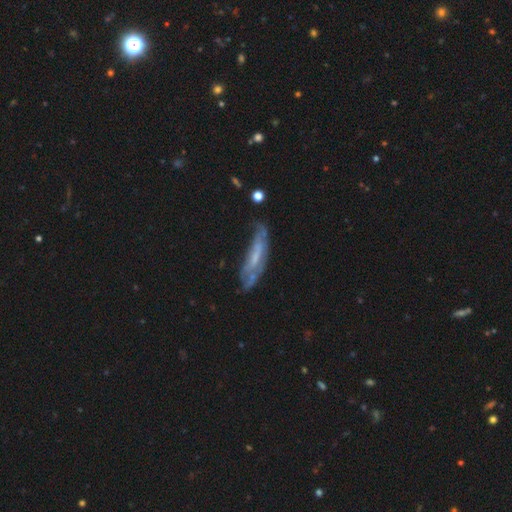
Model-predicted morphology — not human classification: Smooth or featured? featured or disk (59%)
Edge-on disk? no (62%)
Merging? none (48%)